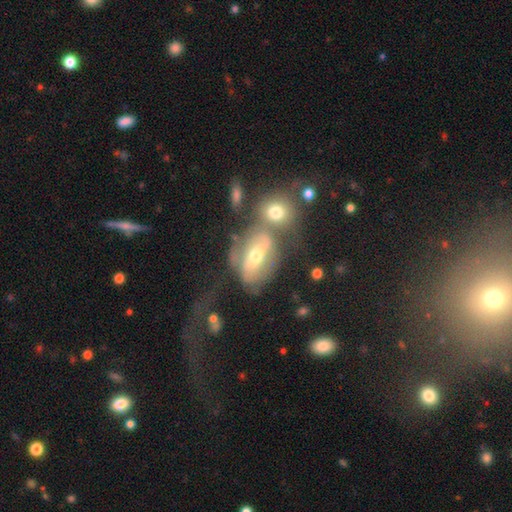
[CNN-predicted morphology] A featured or disk galaxy (60%) with no bar (34%), spiral arms (53%) and a moderate central bulge (64%). Merging: merger (38%).